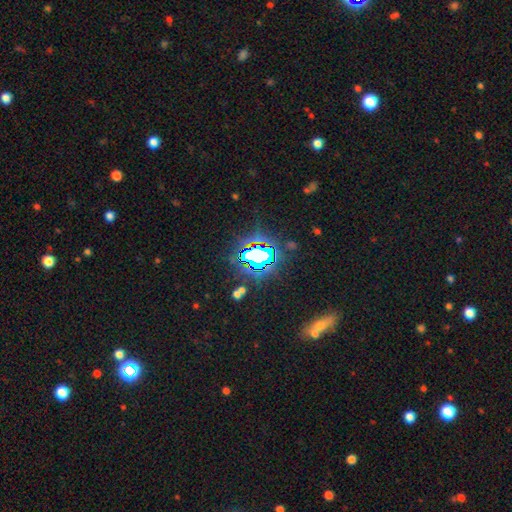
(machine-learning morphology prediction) This appears to be a star or artifact, not a galaxy (73%).